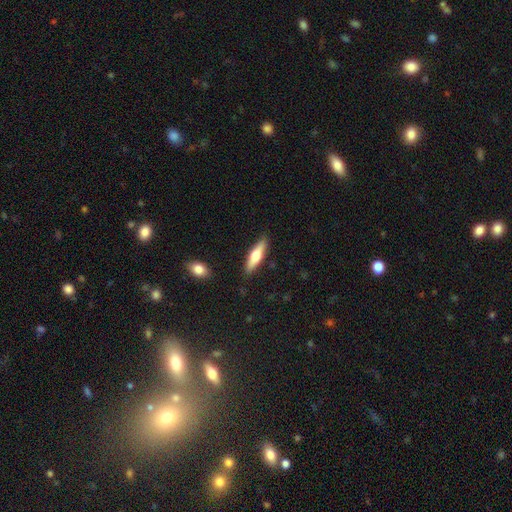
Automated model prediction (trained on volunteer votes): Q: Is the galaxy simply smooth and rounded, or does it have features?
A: smooth — 55%.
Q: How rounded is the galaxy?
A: cigar-shaped — 68%.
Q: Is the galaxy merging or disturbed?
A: none — 87%.